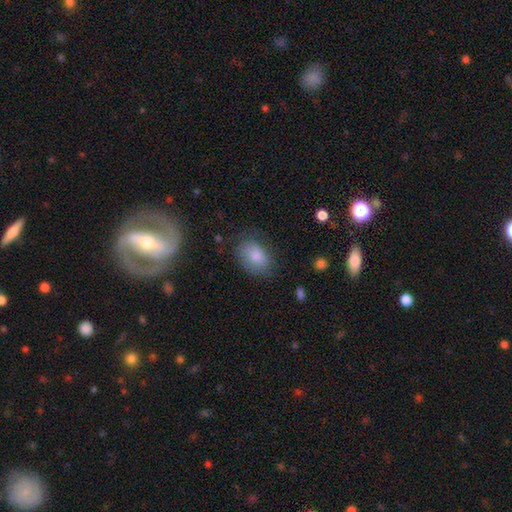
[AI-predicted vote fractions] smooth 81%, featured or disk 11%, star or artifact 8%. Down the decision tree: how rounded — in between (78%); merging — none (65%).